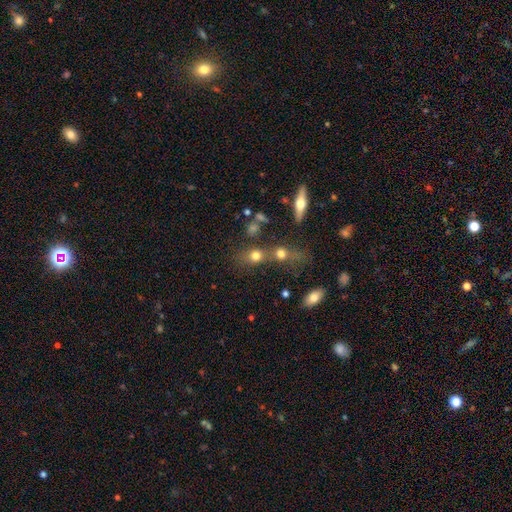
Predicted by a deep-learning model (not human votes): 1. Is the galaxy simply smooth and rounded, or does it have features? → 71% smooth, 15% star or artifact, 14% featured or disk.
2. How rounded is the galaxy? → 64% round, 31% in between, 5% cigar-shaped.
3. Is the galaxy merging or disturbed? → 45% merger, 41% none, 8% minor disturbance, 6% major disturbance.